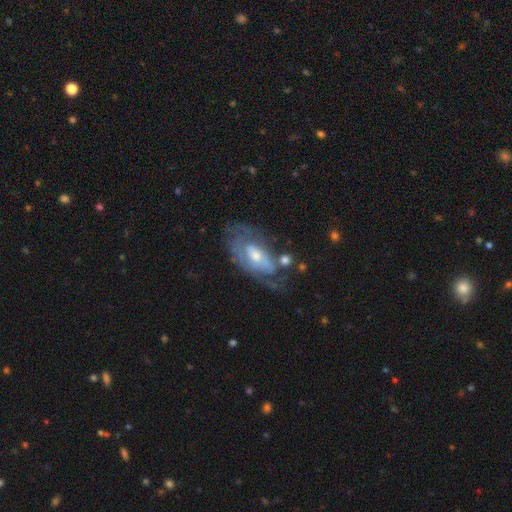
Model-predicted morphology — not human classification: Smooth or featured: featured or disk — 72% (smooth — 22%)
Edge-on disk: no — 90% (yes — 10%)
Bar: no — 59% (weak — 33%)
Spiral arms: yes — 69% (no — 31%)
Bulge size: moderate — 56% (small — 35%)
Merging: none — 46% (minor disturbance — 25%)